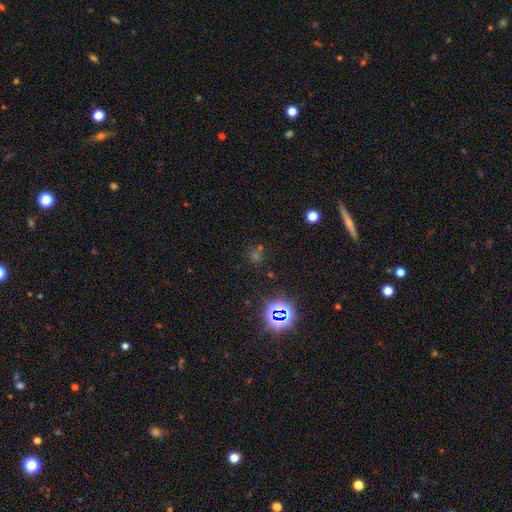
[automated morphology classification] Smooth or featured? Predicted: star or artifact (p=0.59).